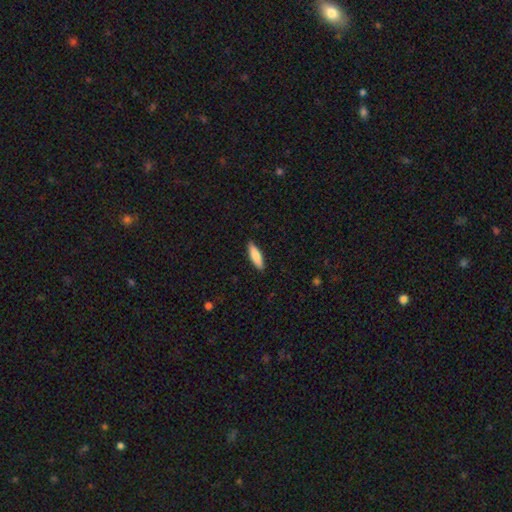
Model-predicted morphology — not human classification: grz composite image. It shows a smooth galaxy with no disk features (78%) that is cigar-shaped (63%). Merging: none (90%).